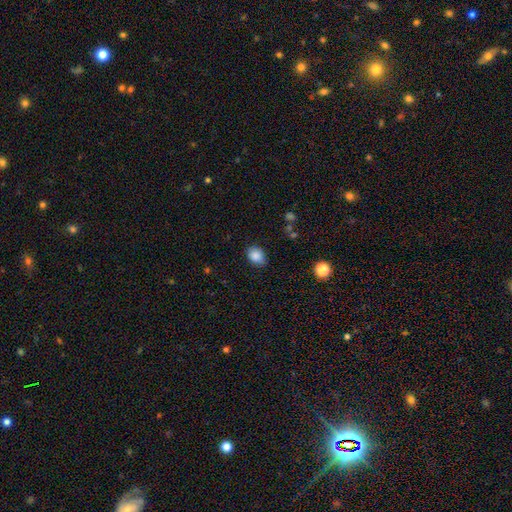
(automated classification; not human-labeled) Smooth or featured? Predicted: smooth (p=0.87). How rounded? Predicted: in between (p=0.66). Merging? Predicted: none (p=0.79).